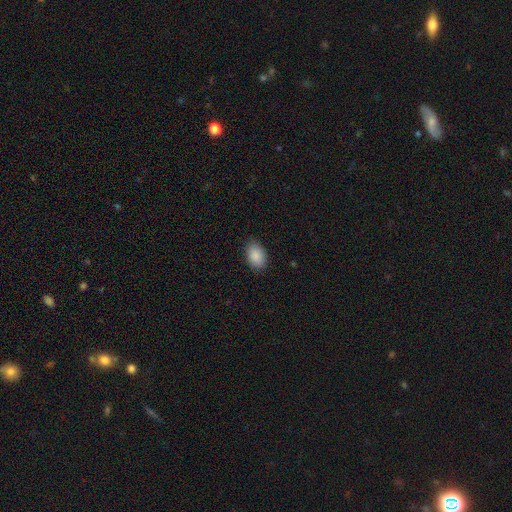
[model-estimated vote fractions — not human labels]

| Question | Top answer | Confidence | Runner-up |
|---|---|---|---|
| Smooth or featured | smooth | 89% | star or artifact (7%) |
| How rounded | in between | 90% | round (9%) |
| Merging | none | 87% | minor disturbance (10%) |